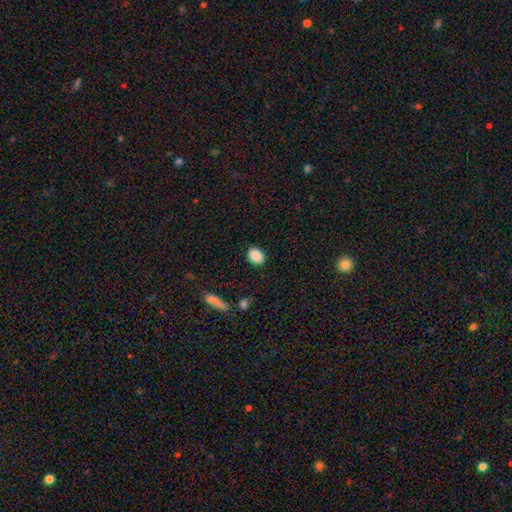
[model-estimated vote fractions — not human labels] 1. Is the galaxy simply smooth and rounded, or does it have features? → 87% smooth, 8% star or artifact, 4% featured or disk.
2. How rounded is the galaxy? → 64% in between, 35% round, 1% cigar-shaped.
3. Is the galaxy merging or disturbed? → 88% none, 8% minor disturbance, 2% major disturbance, 1% merger.